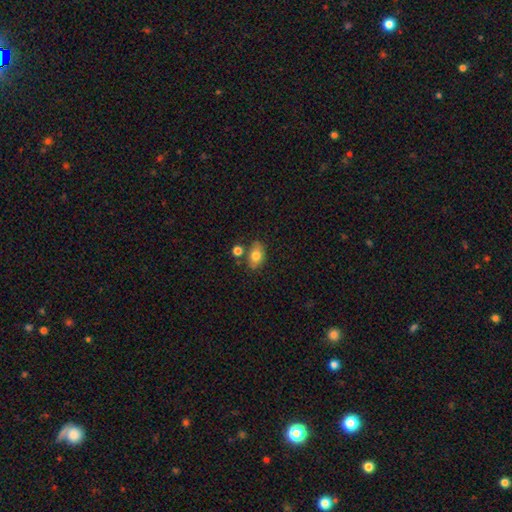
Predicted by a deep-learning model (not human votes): Smooth or featured? Predicted: smooth (p=0.78). How rounded? Predicted: in between (p=0.83). Merging? Predicted: none (p=0.70).